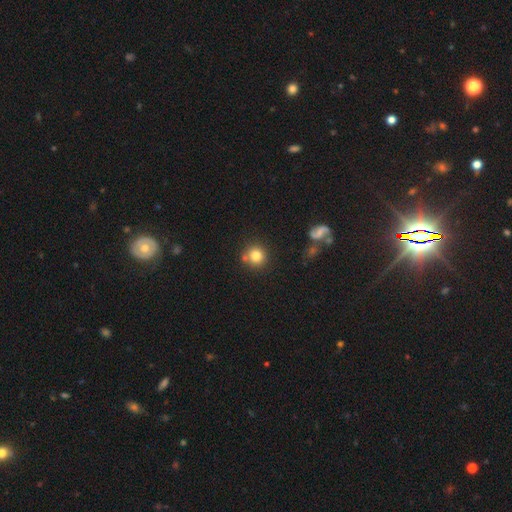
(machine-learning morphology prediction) A smooth galaxy with no disk features (79%) that is round (92%). Merging: none (74%).